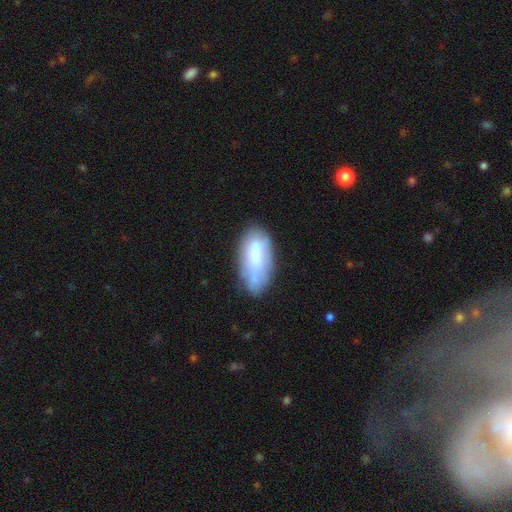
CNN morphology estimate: A smooth galaxy with no disk features (67%) that is in between round and cigar-shaped (90%). Merging: none (56%).